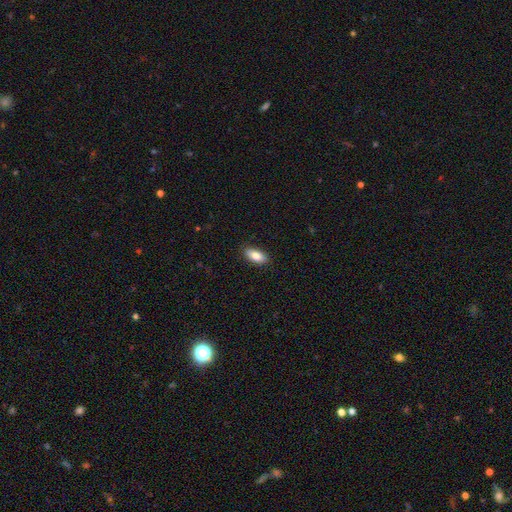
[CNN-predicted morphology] smooth 84%, featured or disk 10%, star or artifact 7%. Down the decision tree: how rounded — in between (87%); merging — none (88%).